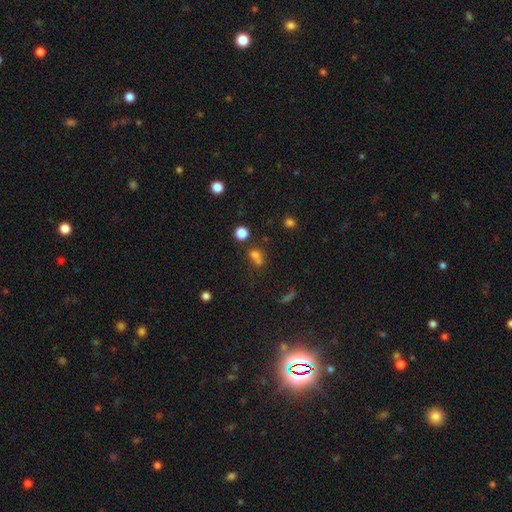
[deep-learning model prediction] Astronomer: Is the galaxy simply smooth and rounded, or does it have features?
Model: smooth — 68%.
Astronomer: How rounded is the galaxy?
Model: round — 60% (runner-up: in between, 37%).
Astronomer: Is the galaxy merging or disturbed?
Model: none — 42% (runner-up: merger, 40%).